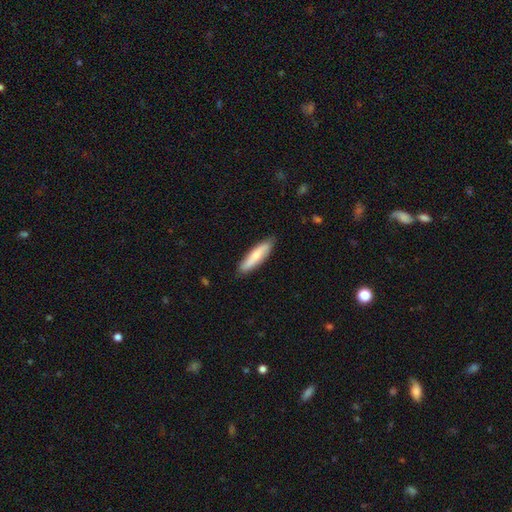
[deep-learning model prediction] The model was most divided on "smooth or featured": smooth: 65%, featured or disk: 30%, star or artifact: 5%. More confident: merging — none (85%); how rounded — cigar-shaped (74%).